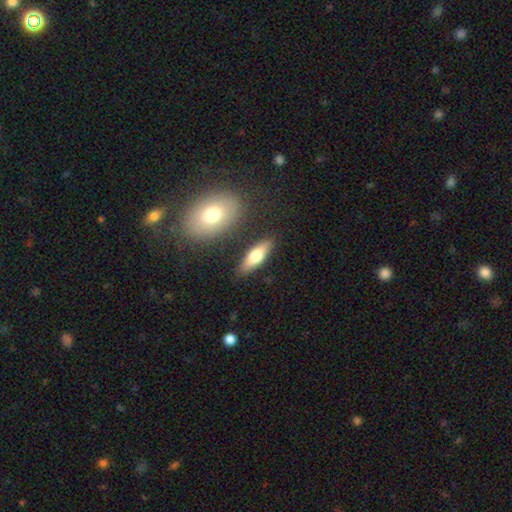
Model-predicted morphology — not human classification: A smooth galaxy with no disk features (64%) that is in between round and cigar-shaped (54%).

Vote fractions:
- Smooth or featured? smooth: 64% / featured or disk: 31% / star or artifact: 6%
- How rounded? in between: 54% / cigar-shaped: 43% / round: 3%
- Merging? none: 84% / minor disturbance: 9% / merger: 4% / major disturbance: 2%